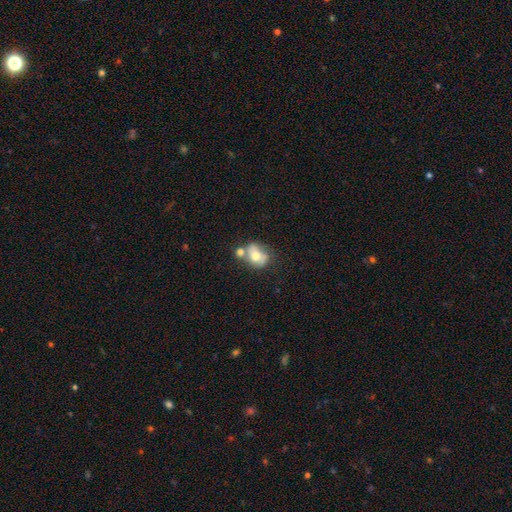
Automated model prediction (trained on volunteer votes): Smooth or featured: smooth — 59% (featured or disk — 31%)
How rounded: in between — 57% (round — 41%)
Merging: none — 37% (merger — 35%)